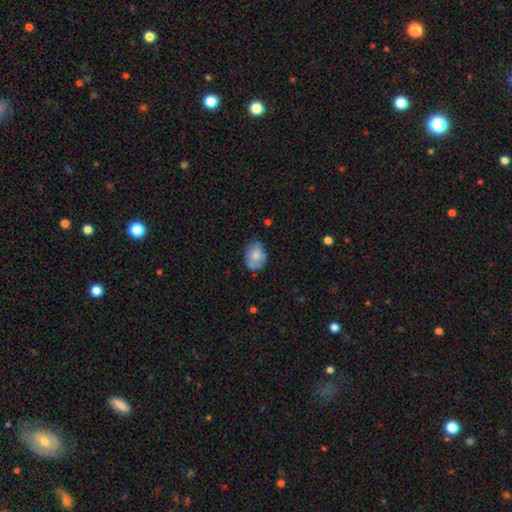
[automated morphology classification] Smooth or featured? smooth (71%)
How rounded? in between (63%)
Merging? none (66%)